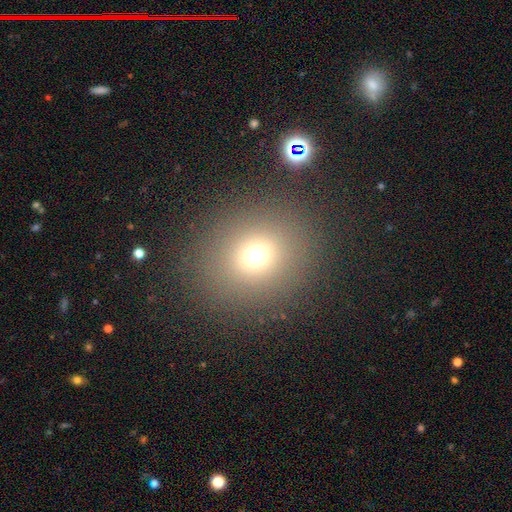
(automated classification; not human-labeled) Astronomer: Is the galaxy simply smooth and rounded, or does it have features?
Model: smooth — 68%.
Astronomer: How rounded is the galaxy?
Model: round — 80%.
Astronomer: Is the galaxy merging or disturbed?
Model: none — 86%.